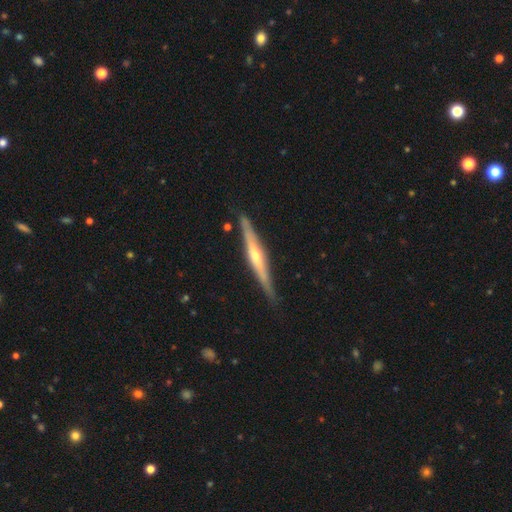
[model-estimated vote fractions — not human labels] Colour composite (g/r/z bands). It shows a featured or disk galaxy (78%) viewed edge-on (97%) with a rounded central bulge (80%). Merging: none (86%).